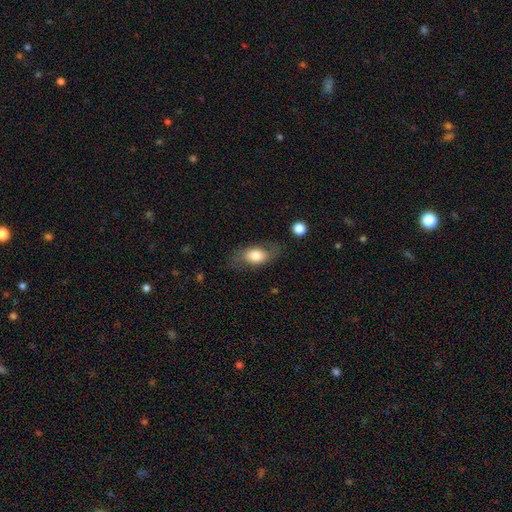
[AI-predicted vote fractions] Q: Smooth or featured?
A: smooth (69%); runner-up: featured or disk (24%)
Q: How rounded?
A: in between (82%); runner-up: round (14%)
Q: Merging?
A: none (69%); runner-up: minor disturbance (19%)